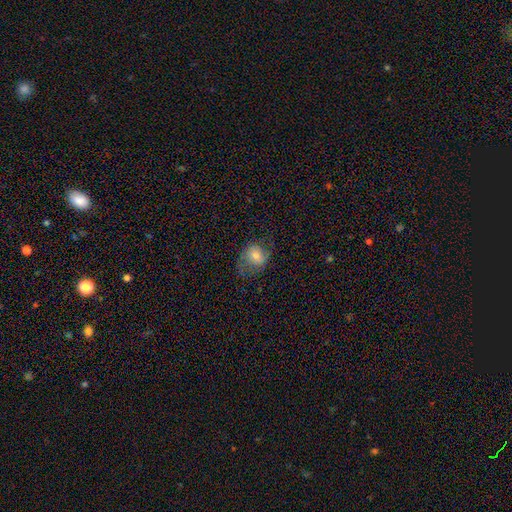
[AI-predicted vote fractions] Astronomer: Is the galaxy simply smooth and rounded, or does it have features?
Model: smooth — 47% (runner-up: featured or disk, 43%).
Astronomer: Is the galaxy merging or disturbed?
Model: none — 55%.